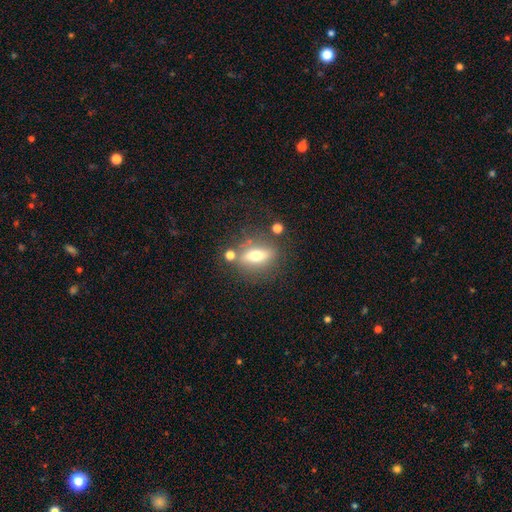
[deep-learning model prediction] This is possibly a smooth galaxy (57%). How rounded: likely in between (62%). Merging: likely none (72%).